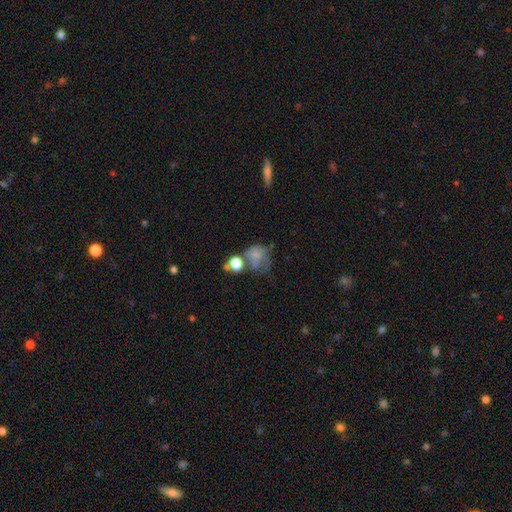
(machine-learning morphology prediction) type=smooth (61%); roundness=round (55%); merging=major disturbance (34%).